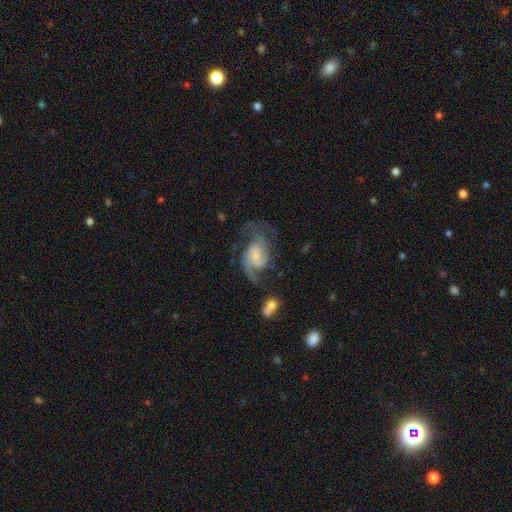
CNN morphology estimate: Smooth or featured? featured or disk (86%)
Edge-on disk? no (98%)
Bar? no (59%)
Spiral arms? yes (96%)
Spiral winding? medium (51%)
Spiral arm count? 2 (70%)
Bulge size? small (48%)
Merging? none (52%)